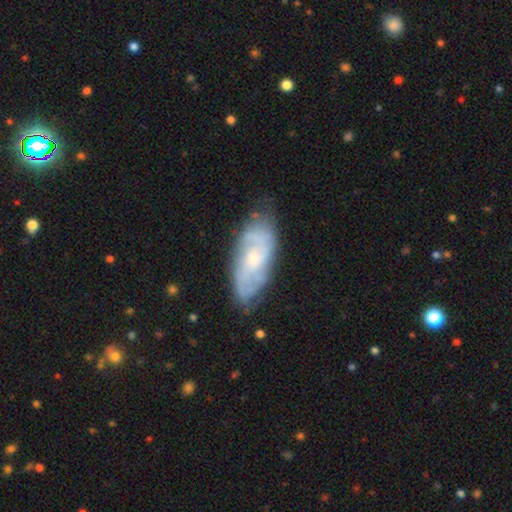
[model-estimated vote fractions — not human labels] The model was most divided on "spiral arm count": 2: 39%, can't tell: 37%, 3: 13%, 4: 5%, 1: 3%, more than 4: 3%. Remaining: edge-on disk — no (90%); spiral arms — yes (89%); merging — none (75%); smooth or featured — featured or disk (70%); bar — no (65%); bulge size — small (50%); spiral winding — tight (47%).